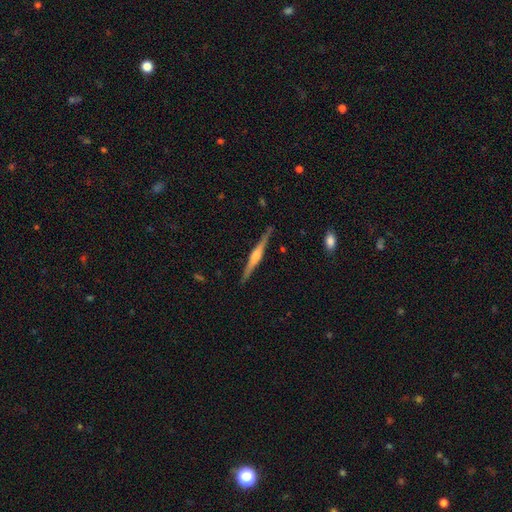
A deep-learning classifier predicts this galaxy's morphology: featured or disk 77%, smooth 18%, star or artifact 5%. Down the decision tree: edge-on disk — yes (98%); edge-on bulge — rounded (64%); merging — none (89%).